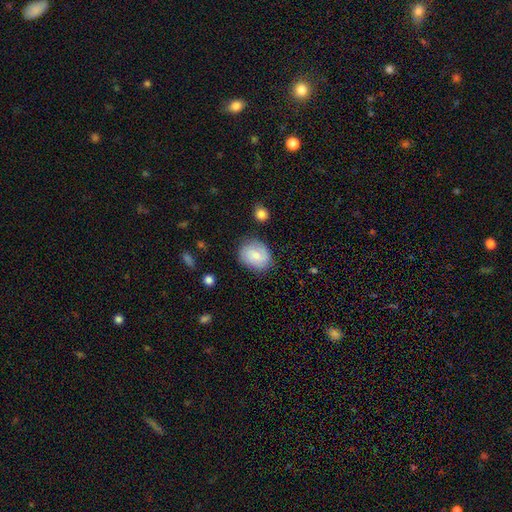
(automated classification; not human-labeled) Morphology: type=smooth (68%); roundness=round (52%); merging=none (77%).